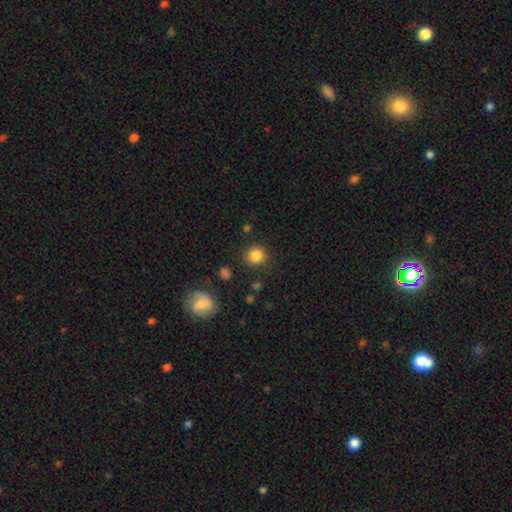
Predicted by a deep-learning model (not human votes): The model was most divided on "smooth or featured": smooth: 85%, star or artifact: 10%, featured or disk: 4%. More confident: how rounded — round (89%); merging — none (88%).